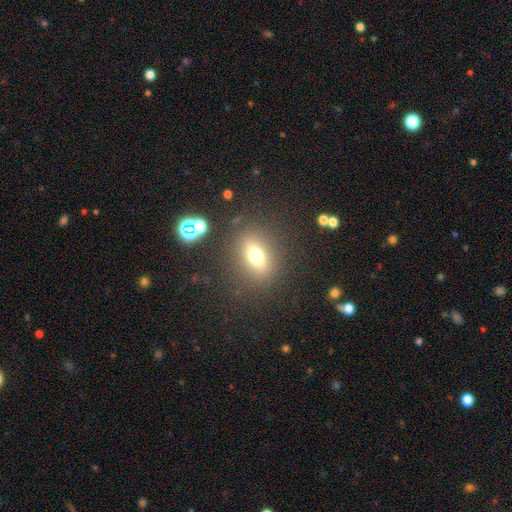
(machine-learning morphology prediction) smooth_or_featured: smooth (p=0.67) [alt: featured or disk p=0.17]
how_rounded: in between (p=0.62) [alt: round p=0.32]
merging: none (p=0.83) [alt: minor disturbance p=0.09]